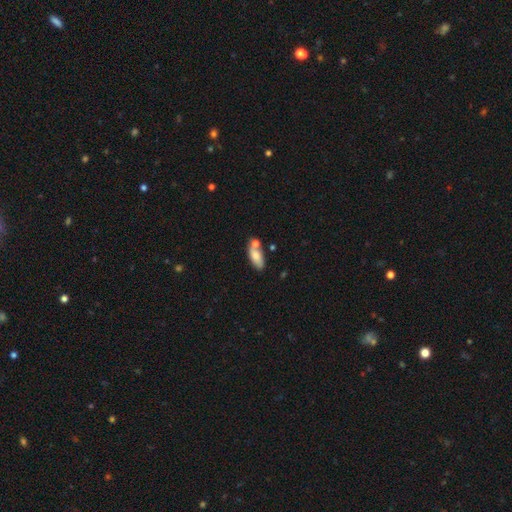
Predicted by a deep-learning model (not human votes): Smooth or featured? smooth (77%)
How rounded? in between (80%)
Merging? none (54%)